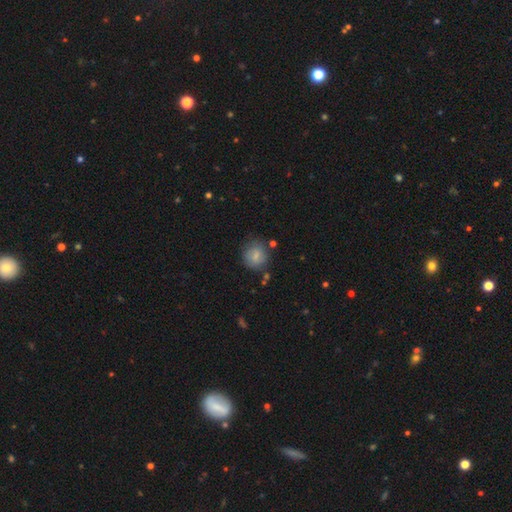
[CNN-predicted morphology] This is likely a smooth galaxy (77%). How rounded: likely round (79%). Merging: likely none (73%).